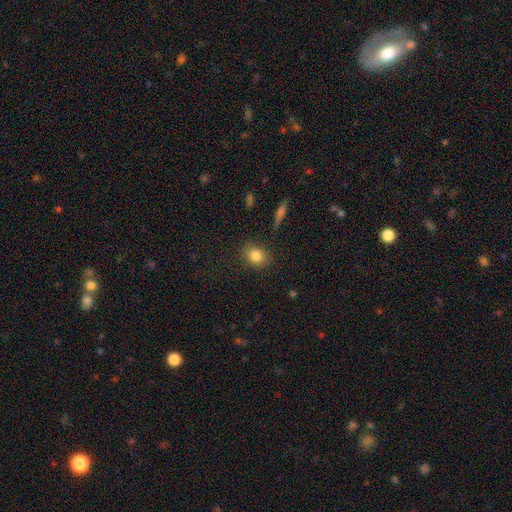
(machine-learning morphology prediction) smooth-or-featured: smooth: 83% | star or artifact: 10% | featured or disk: 7%
  how-rounded: round: 55% | in between: 44% | cigar-shaped: 2%
  merging: none: 85% | minor disturbance: 10% | major disturbance: 3% | merger: 2%